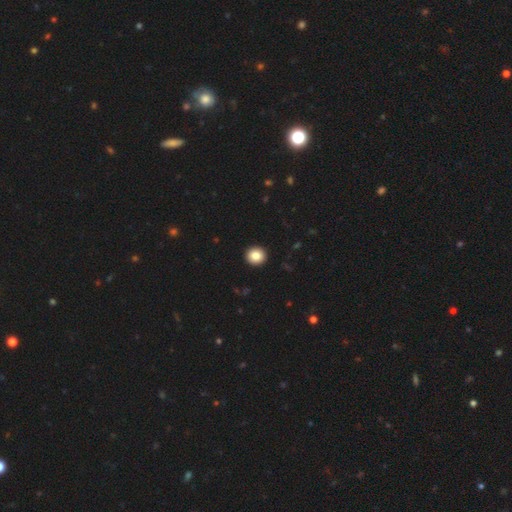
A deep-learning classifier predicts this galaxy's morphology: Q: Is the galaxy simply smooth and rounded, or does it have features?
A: smooth — 86%.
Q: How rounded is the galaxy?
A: round — 91%.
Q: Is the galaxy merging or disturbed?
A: none — 94%.